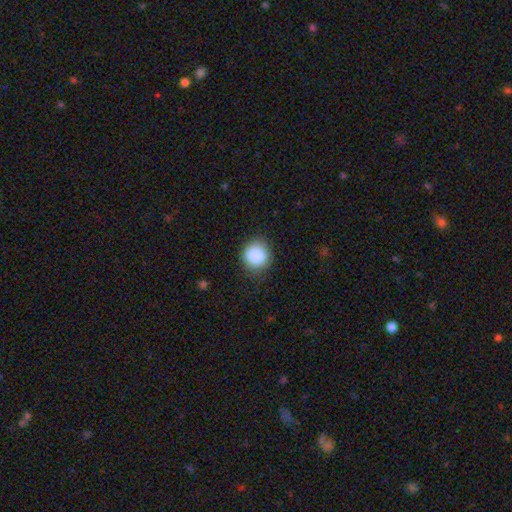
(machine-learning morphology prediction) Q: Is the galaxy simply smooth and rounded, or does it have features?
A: smooth — 88%.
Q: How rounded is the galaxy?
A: round — 88%.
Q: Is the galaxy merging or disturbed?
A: none — 85%.